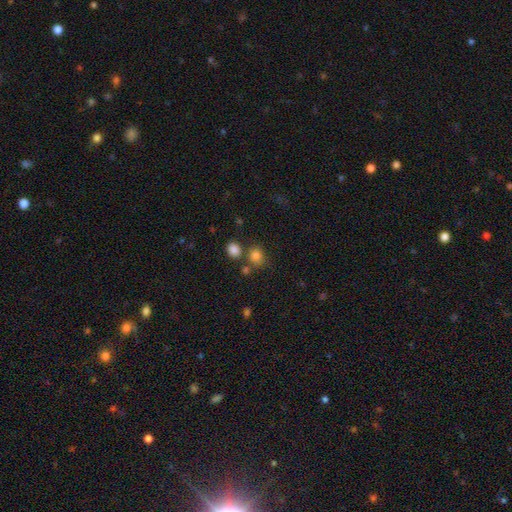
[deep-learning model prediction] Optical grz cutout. It shows a smooth galaxy with no disk features (81%) that is round (70%). Merging: none (65%).